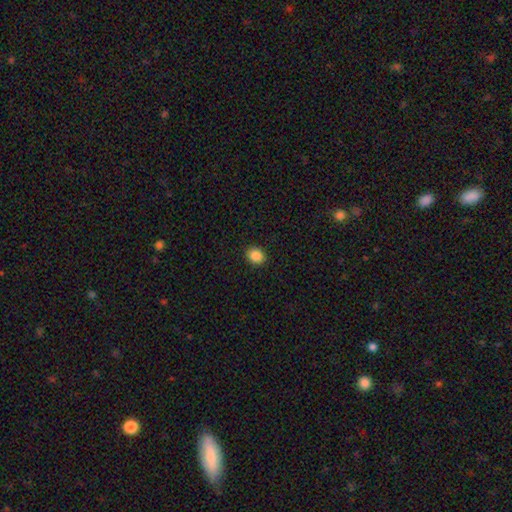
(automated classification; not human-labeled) Smooth or featured?
  - smooth: 87% *
  - star or artifact: 10%
  - featured or disk: 3%
How rounded?
  - round: 68% *
  - in between: 31%
  - cigar-shaped: 1%
Merging?
  - none: 91% *
  - minor disturbance: 6%
  - major disturbance: 2%
  - merger: 1%